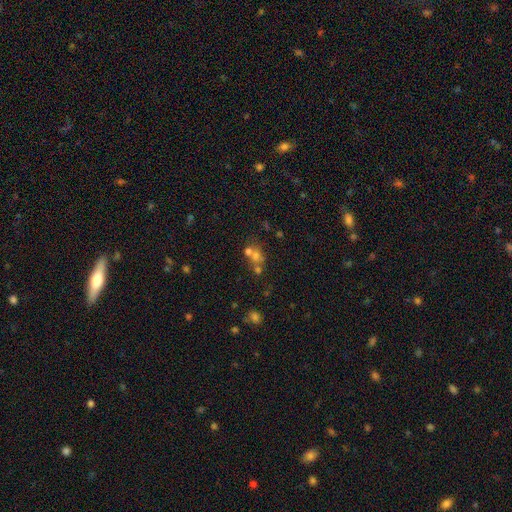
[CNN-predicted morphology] smooth 56%, featured or disk 22%, star or artifact 22%. Down the decision tree: how rounded — round (68%); merging — merger (48%).